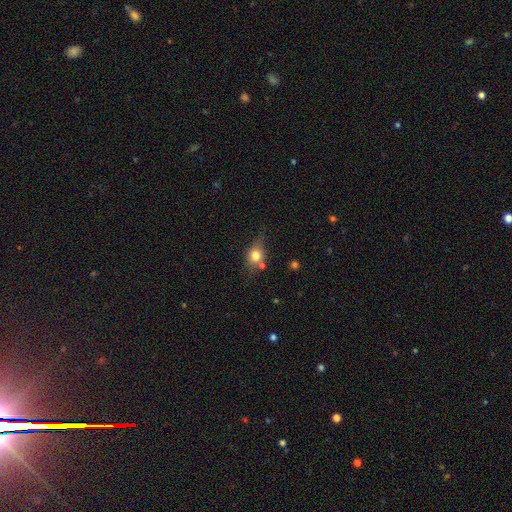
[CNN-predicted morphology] This appears to be a smooth galaxy with no disk features (72%) that is round (55%). Merging: none (59%).